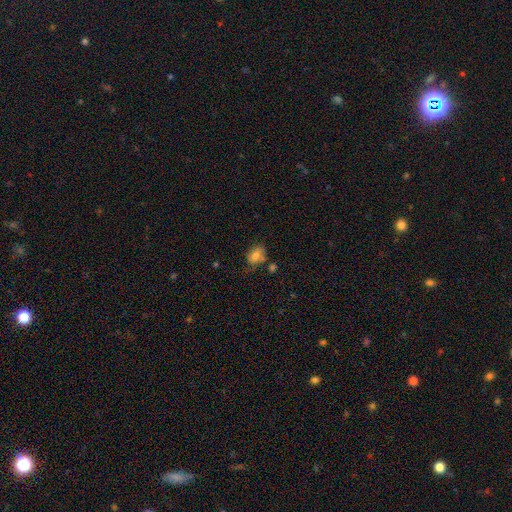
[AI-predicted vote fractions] smooth_or_featured: smooth (p=0.72) [alt: featured or disk p=0.18]
how_rounded: in between (p=0.74) [alt: round p=0.25]
merging: none (p=0.55) [alt: minor disturbance p=0.27]